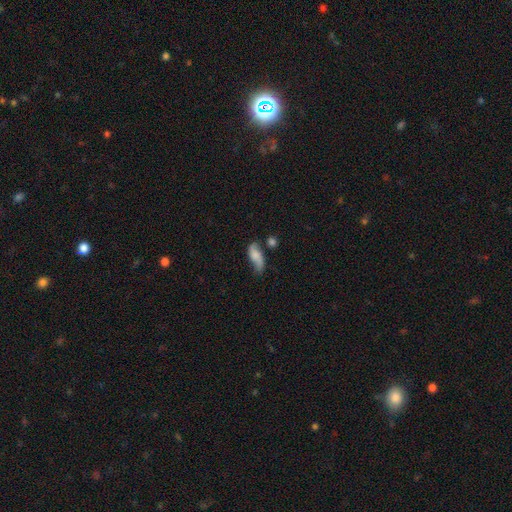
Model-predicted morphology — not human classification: Smooth or featured?
  - featured or disk: 46% *
  - smooth: 45%
  - star or artifact: 9%
Merging?
  - none: 49% *
  - minor disturbance: 27%
  - merger: 13%
  - major disturbance: 11%